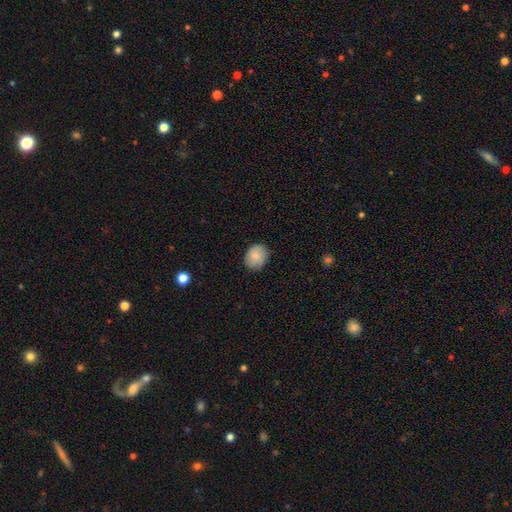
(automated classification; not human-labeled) The model was most divided on "how rounded": round: 53%, in between: 46%, cigar-shaped: 1%. More confident: smooth or featured — smooth (83%); merging — none (81%).